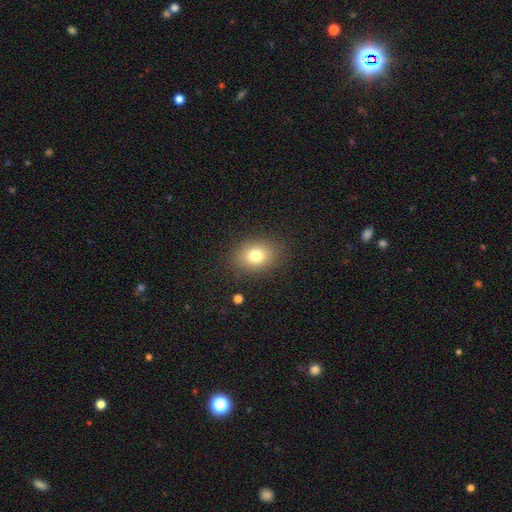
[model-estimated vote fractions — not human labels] A smooth galaxy with no disk features (78%) that is in between round and cigar-shaped (57%). Merging: none (85%).